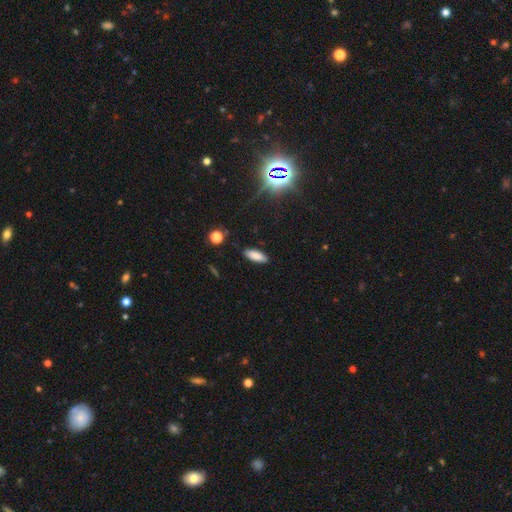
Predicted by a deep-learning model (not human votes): A smooth galaxy with no disk features (83%) that is in between round and cigar-shaped (70%). Merging: none (88%).